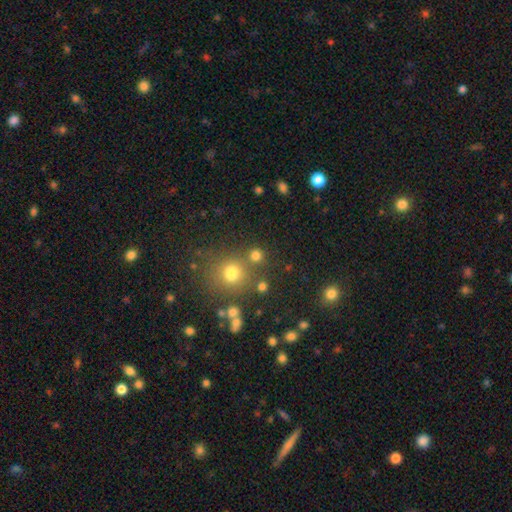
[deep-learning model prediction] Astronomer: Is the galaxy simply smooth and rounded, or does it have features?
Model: smooth — 76%.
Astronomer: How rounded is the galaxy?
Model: round — 90%.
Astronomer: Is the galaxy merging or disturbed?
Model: none — 74%.